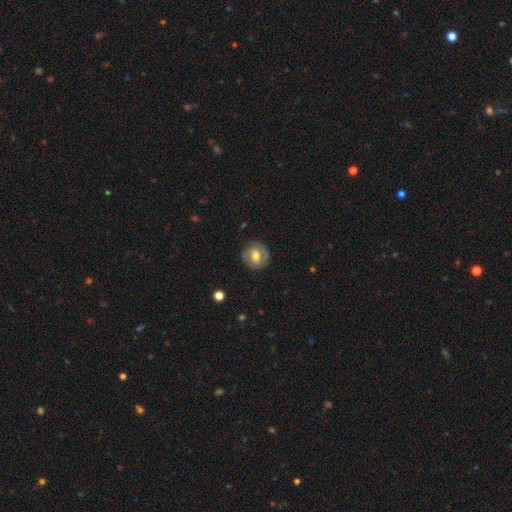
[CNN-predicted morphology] A featured or disk galaxy (55%) with a weak bar (45%), spiral arms (71%) and a moderate central bulge (66%).

Vote fractions:
- Smooth or featured? featured or disk: 55% / smooth: 38% / star or artifact: 7%
- Edge-on disk? no: 96% / yes: 4%
- Bar? weak: 45% / no: 36% / strong: 19%
- Spiral arms? yes: 71% / no: 29%
- Bulge size? moderate: 66% / small: 16% / large: 14% / none: 2% / dominant: 1%
- Merging? none: 79% / minor disturbance: 14% / major disturbance: 5% / merger: 1%